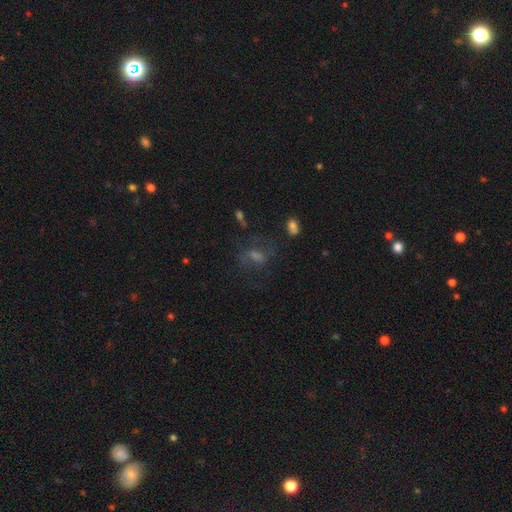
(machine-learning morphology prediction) smooth_or_featured: smooth (p=0.39) [alt: star or artifact p=0.32]
merging: none (p=0.61) [alt: major disturbance p=0.18]